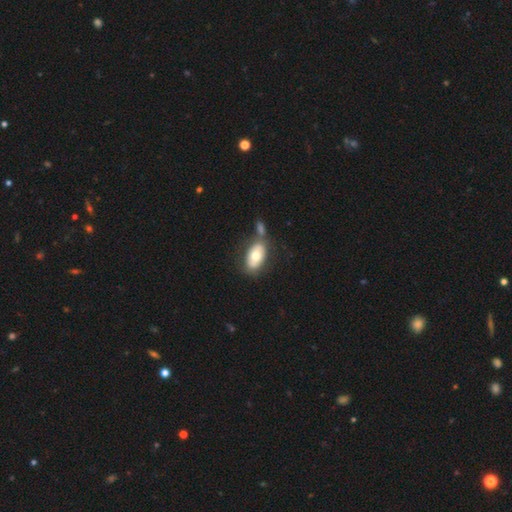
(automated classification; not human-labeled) A smooth galaxy with no disk features (62%) that is in between round and cigar-shaped (91%). Merging: none (51%).